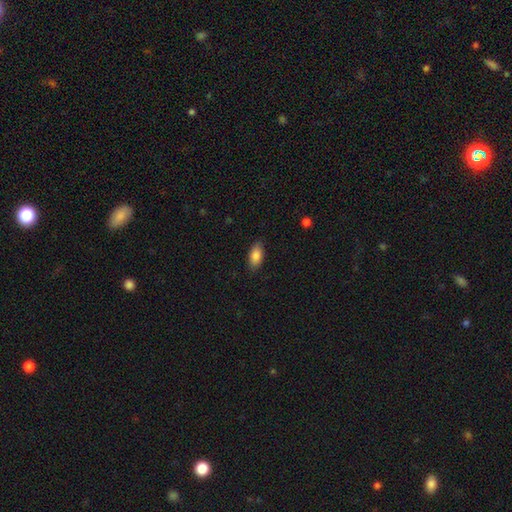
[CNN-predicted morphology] Smooth or featured: smooth — 85% (featured or disk — 8%)
How rounded: in between — 91% (cigar-shaped — 6%)
Merging: none — 86% (minor disturbance — 10%)